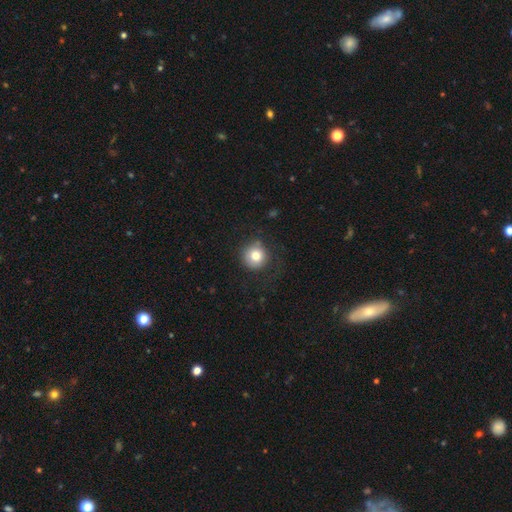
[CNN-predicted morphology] Q: Smooth or featured?
A: smooth (77%); runner-up: featured or disk (12%)
Q: How rounded?
A: round (94%); runner-up: in between (5%)
Q: Merging?
A: none (76%); runner-up: minor disturbance (15%)